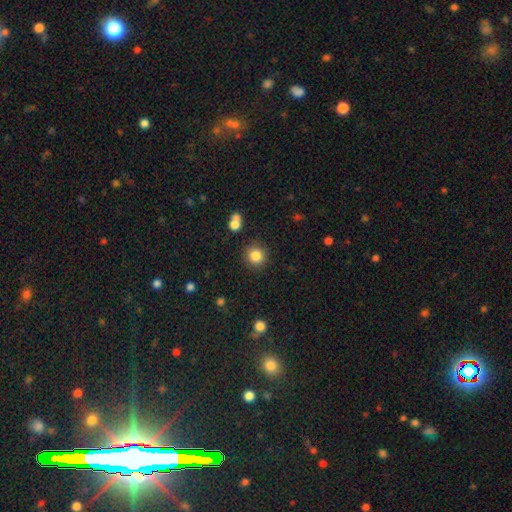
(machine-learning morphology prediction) smooth 84%, star or artifact 11%, featured or disk 5%. Down the decision tree: how rounded — round (91%); merging — none (87%).